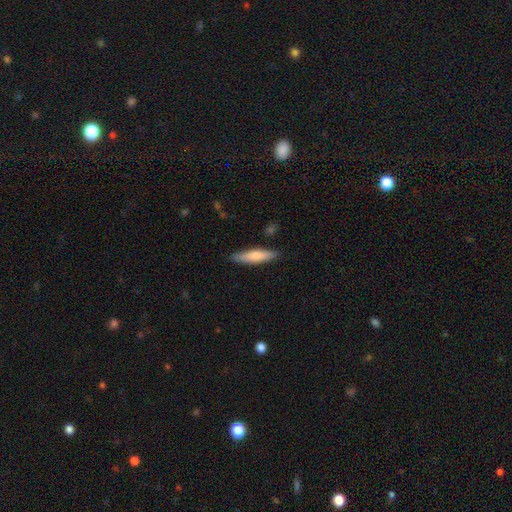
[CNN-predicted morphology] Overall: smooth (73%). How rounded: cigar-shaped (79%). Merging: none (86%).